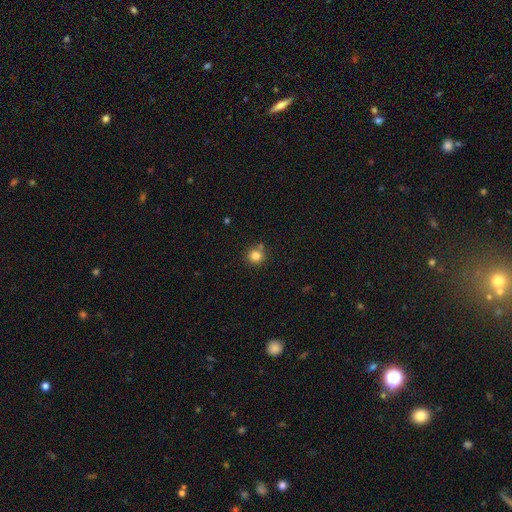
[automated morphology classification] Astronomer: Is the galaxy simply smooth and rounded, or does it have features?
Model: smooth — 82%.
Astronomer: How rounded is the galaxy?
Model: round — 93%.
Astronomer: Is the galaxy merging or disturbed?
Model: none — 77%.